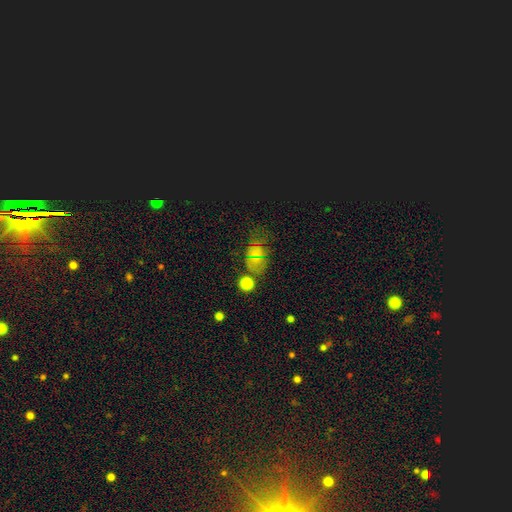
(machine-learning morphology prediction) A smooth galaxy with no disk features (43%).

Vote fractions:
- Smooth or featured? smooth: 43% / star or artifact: 36% / featured or disk: 21%
- Merging? none: 54% / minor disturbance: 23% / major disturbance: 15% / merger: 8%